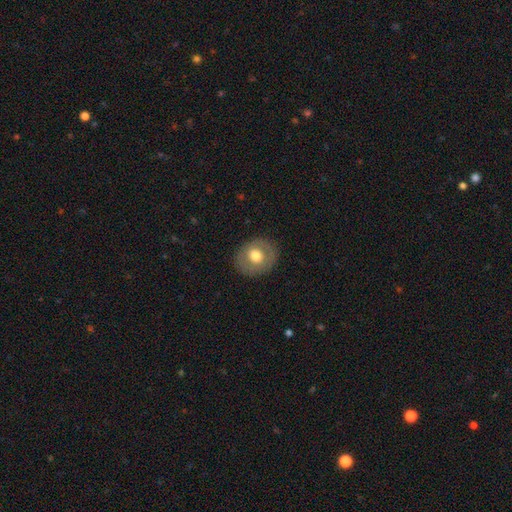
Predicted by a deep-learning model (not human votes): smooth_or_featured: smooth (p=0.64) [alt: featured or disk p=0.29]
how_rounded: round (p=0.75) [alt: in between p=0.24]
merging: none (p=0.87) [alt: minor disturbance p=0.09]